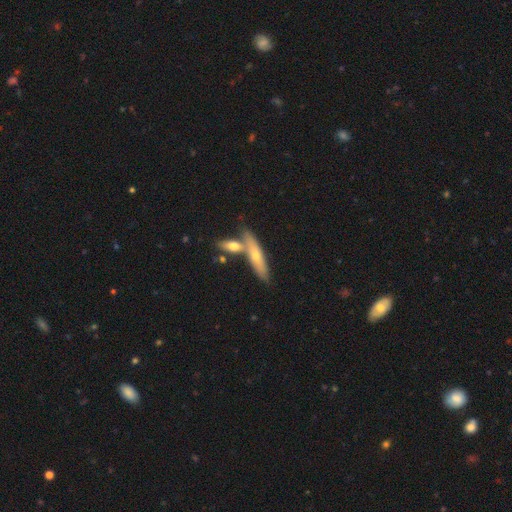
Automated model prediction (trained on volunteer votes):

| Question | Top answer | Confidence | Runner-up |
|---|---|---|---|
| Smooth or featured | smooth | 55% | featured or disk (39%) |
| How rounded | cigar-shaped | 74% | in between (23%) |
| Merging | none | 54% | merger (31%) |